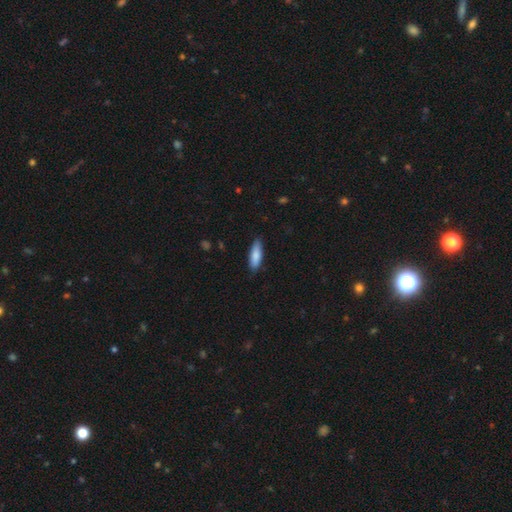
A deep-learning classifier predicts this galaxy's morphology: Smooth or featured? smooth (83%)
How rounded? in between (51%)
Merging? none (85%)